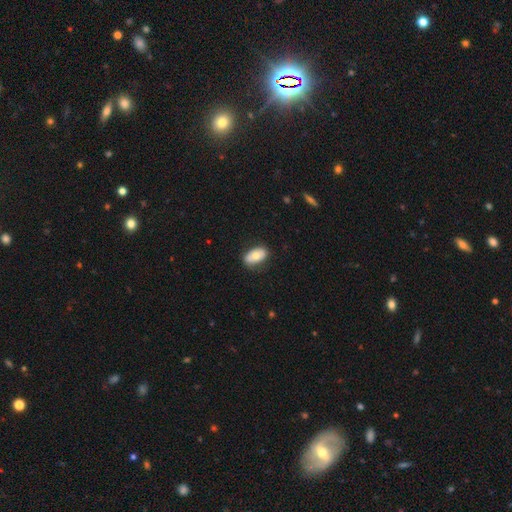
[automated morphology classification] Q: Smooth or featured?
A: smooth (74%); runner-up: featured or disk (20%)
Q: How rounded?
A: in between (93%); runner-up: round (5%)
Q: Merging?
A: none (78%); runner-up: minor disturbance (17%)